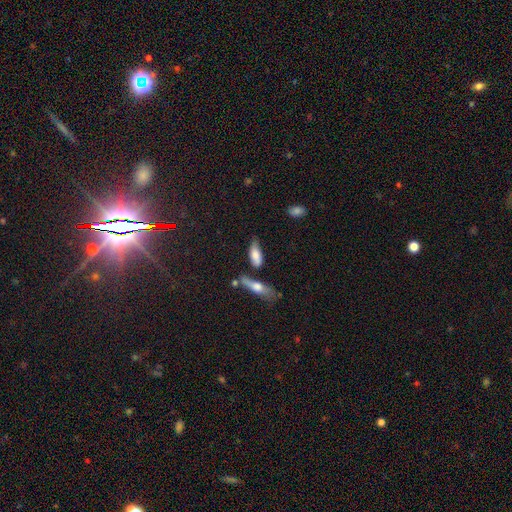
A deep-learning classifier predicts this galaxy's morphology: smooth 71%, featured or disk 21%, star or artifact 8%. Down the decision tree: how rounded — in between (72%); merging — none (46%).